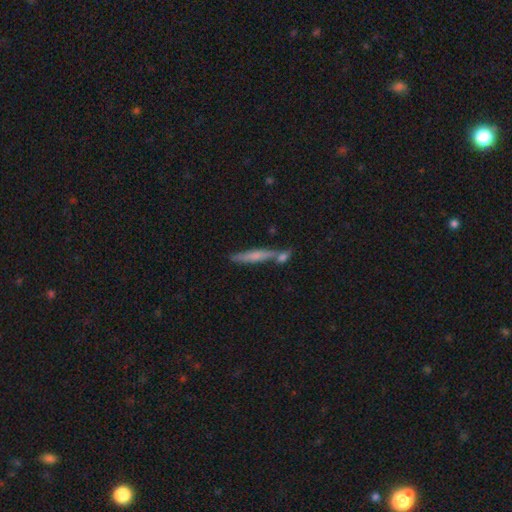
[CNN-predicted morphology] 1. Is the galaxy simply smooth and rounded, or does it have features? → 54% smooth, 39% featured or disk, 7% star or artifact.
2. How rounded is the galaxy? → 91% cigar-shaped, 7% in between, 2% round.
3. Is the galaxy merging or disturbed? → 62% none, 22% merger, 12% minor disturbance, 4% major disturbance.